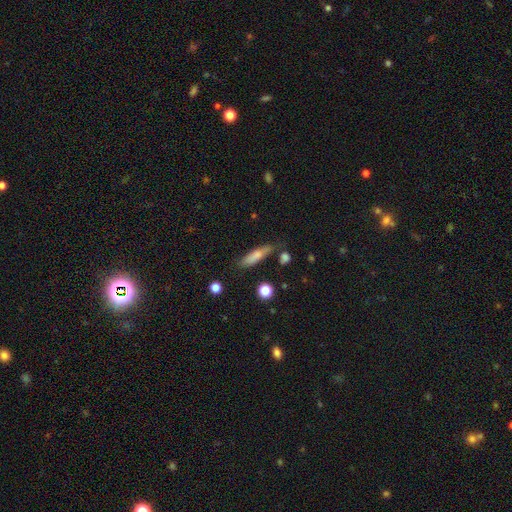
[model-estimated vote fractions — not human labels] Morphology: type=smooth (75%); roundness=cigar-shaped (72%); merging=none (72%).